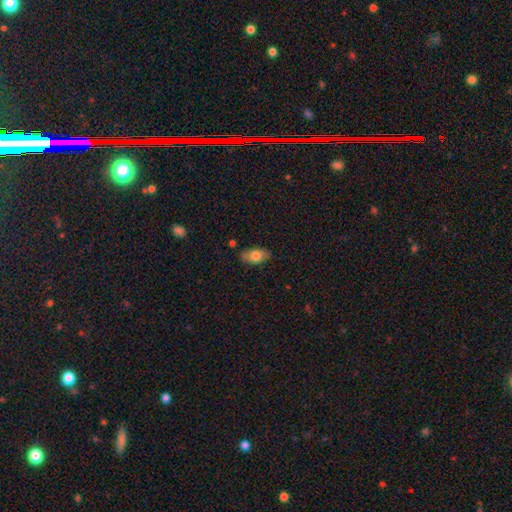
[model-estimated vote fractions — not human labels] Smooth or featured?
  - smooth: 72% *
  - featured or disk: 21%
  - star or artifact: 7%
How rounded?
  - in between: 89% *
  - cigar-shaped: 6%
  - round: 5%
Merging?
  - none: 79% *
  - minor disturbance: 16%
  - major disturbance: 3%
  - merger: 2%